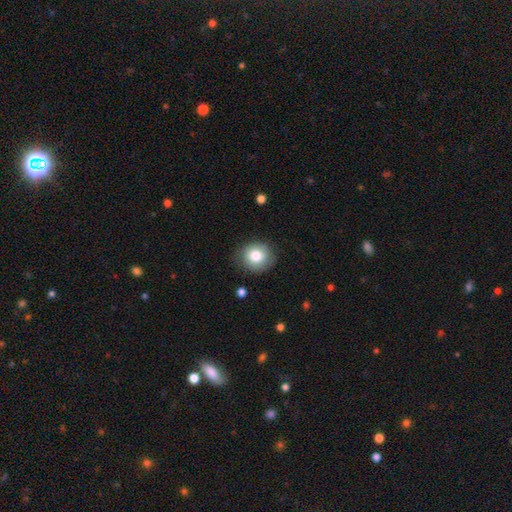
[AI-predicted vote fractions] Overall: smooth (78%). How rounded: round (79%). Merging: none (82%).